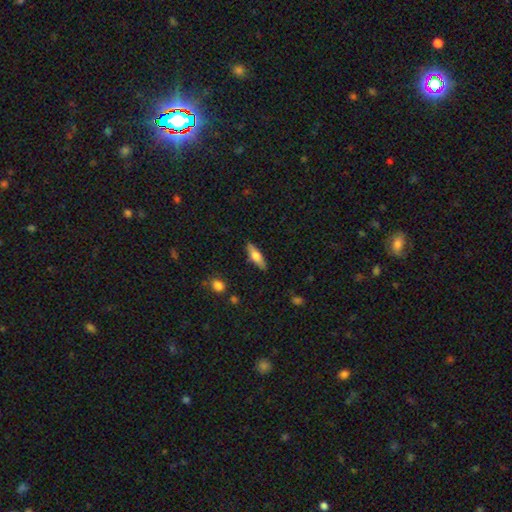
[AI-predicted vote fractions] The model was most divided on "how rounded": cigar-shaped: 57%, in between: 41%, round: 2%. More confident: merging — none (87%); smooth or featured — smooth (58%).